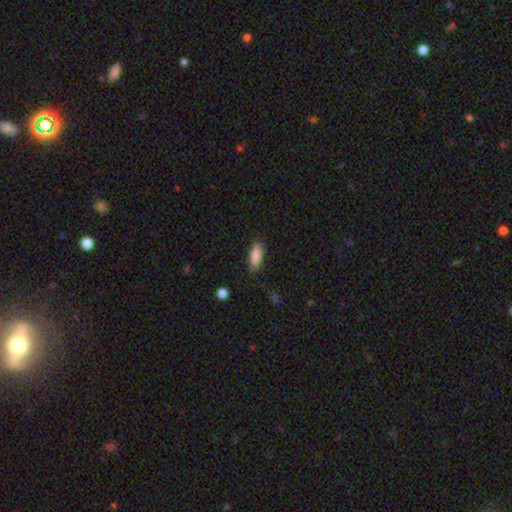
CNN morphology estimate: Smooth or featured: smooth — 88% (star or artifact — 7%)
How rounded: in between — 70% (cigar-shaped — 29%)
Merging: none — 85% (minor disturbance — 11%)